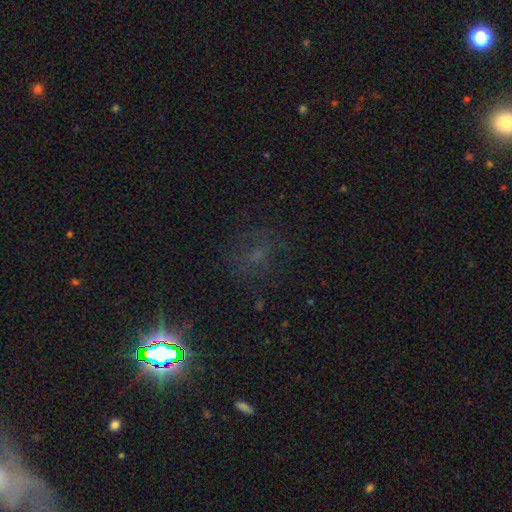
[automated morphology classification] Overall: star or artifact (51%; smooth 28%).